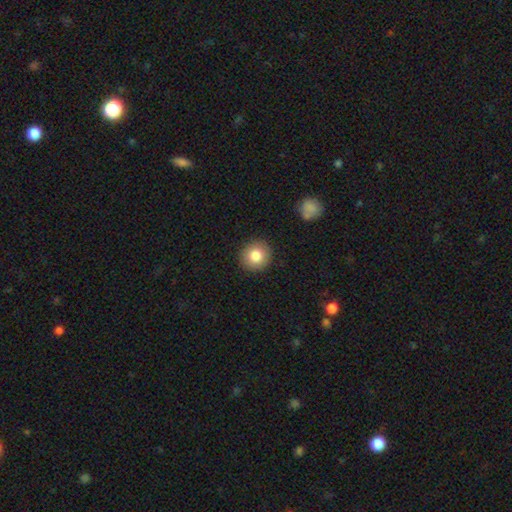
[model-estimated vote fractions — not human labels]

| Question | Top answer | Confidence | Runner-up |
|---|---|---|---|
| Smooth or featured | smooth | 82% | featured or disk (9%) |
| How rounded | round | 90% | in between (9%) |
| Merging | none | 91% | minor disturbance (6%) |